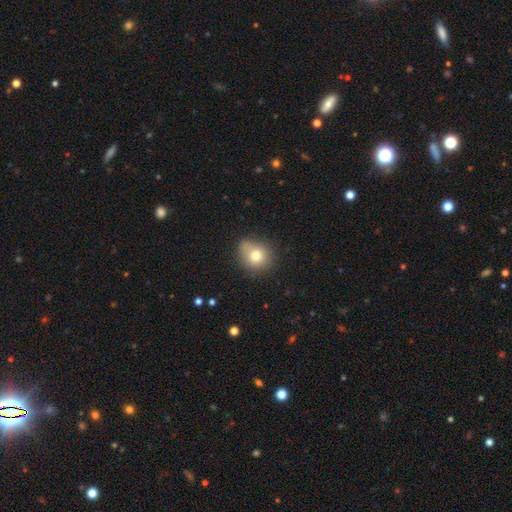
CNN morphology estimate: This is likely a smooth galaxy (75%). How rounded: likely round (76%). Merging: likely none (64%).